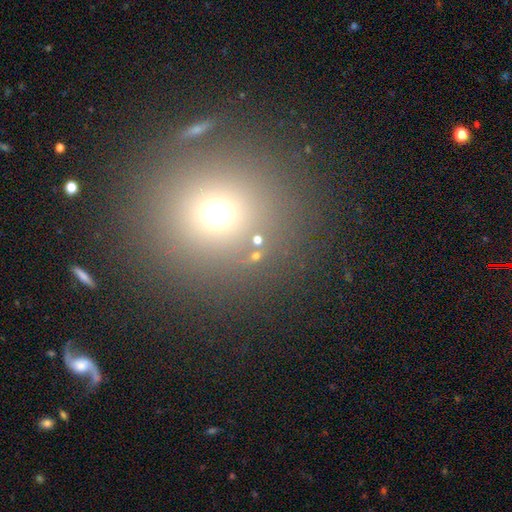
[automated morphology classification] Smooth or featured? smooth (62%)
How rounded? round (92%)
Merging? none (83%)